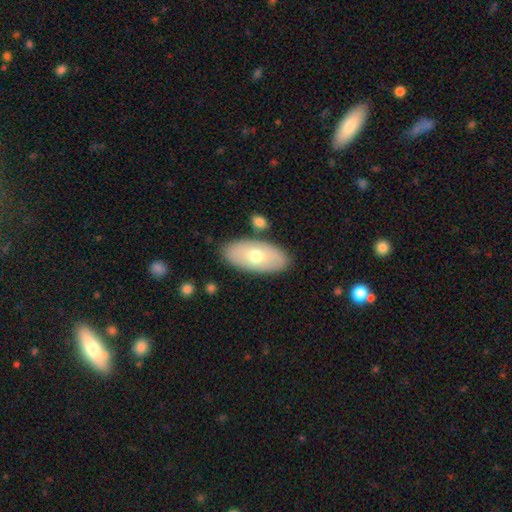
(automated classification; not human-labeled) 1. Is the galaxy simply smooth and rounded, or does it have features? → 59% smooth, 35% featured or disk, 6% star or artifact.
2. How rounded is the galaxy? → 92% in between, 5% cigar-shaped, 3% round.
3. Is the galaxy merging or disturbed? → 83% none, 10% minor disturbance, 4% merger, 2% major disturbance.